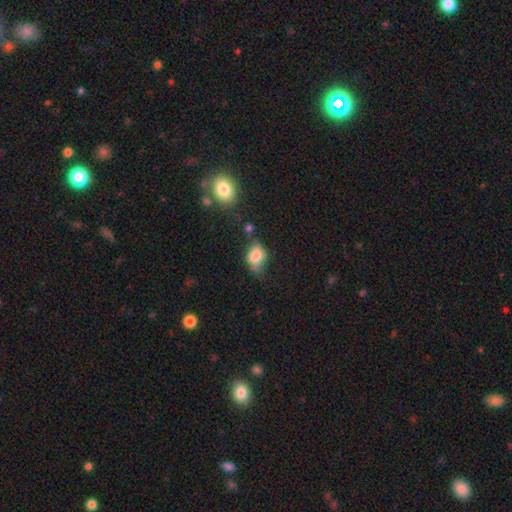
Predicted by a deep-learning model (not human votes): Smooth or featured?
  - smooth: 72% *
  - featured or disk: 19%
  - star or artifact: 10%
How rounded?
  - in between: 69% *
  - round: 29%
  - cigar-shaped: 2%
Merging?
  - none: 44% *
  - minor disturbance: 34%
  - major disturbance: 15%
  - merger: 7%